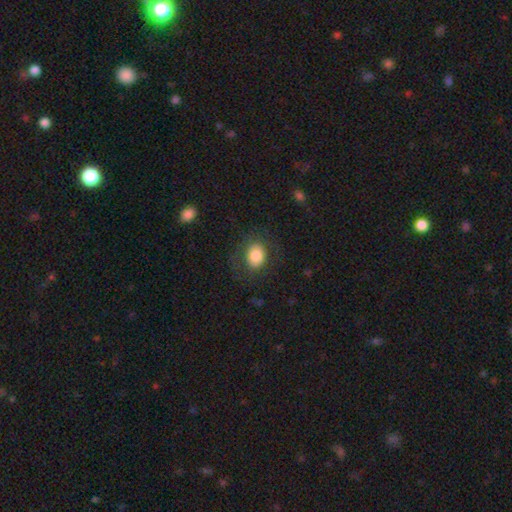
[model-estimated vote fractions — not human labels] Morphology: type=smooth (79%); roundness=in between (56%); merging=none (75%).